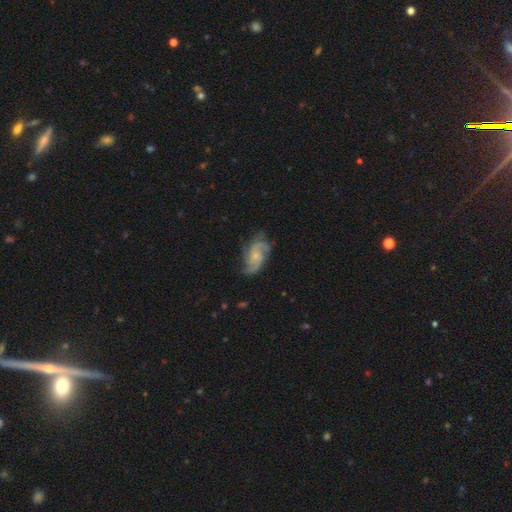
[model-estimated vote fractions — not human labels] A featured or disk galaxy (80%) with no bar (68%), 2 (37%) medium (49%) spiral arms (96%) and a small central bulge (65%).

Vote fractions:
- Smooth or featured? featured or disk: 80% / smooth: 14% / star or artifact: 6%
- Edge-on disk? no: 97% / yes: 3%
- Bar? no: 68% / weak: 27% / strong: 4%
- Spiral arms? yes: 96% / no: 4%
- Spiral winding? medium: 49% / tight: 27% / loose: 24%
- Spiral arm count? 2: 37% / 3: 34% / can't tell: 14% / 4: 7% / 1: 4% / more than 4: 4%
- Bulge size? small: 65% / moderate: 26% / none: 7% / large: 2% / dominant: 1%
- Merging? none: 67% / minor disturbance: 22% / major disturbance: 9% / merger: 2%